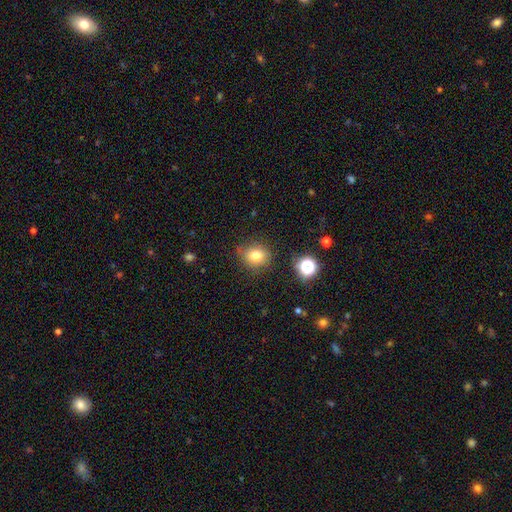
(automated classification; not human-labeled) This appears to be a smooth galaxy with no disk features (77%) that is round (67%). Merging: none (76%).